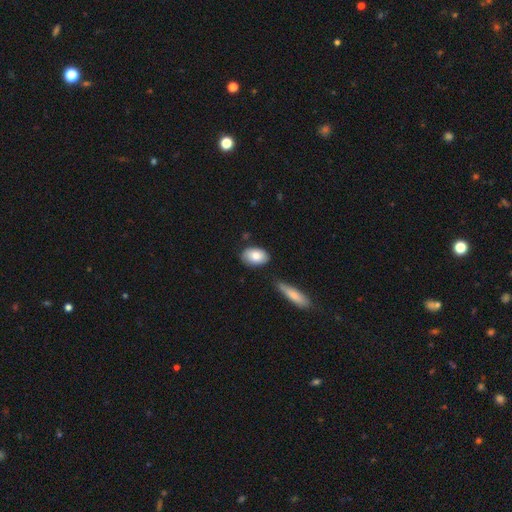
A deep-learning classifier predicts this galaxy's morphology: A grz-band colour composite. It shows a smooth galaxy with no disk features (81%) that is in between round and cigar-shaped (89%). Merging: none (78%).